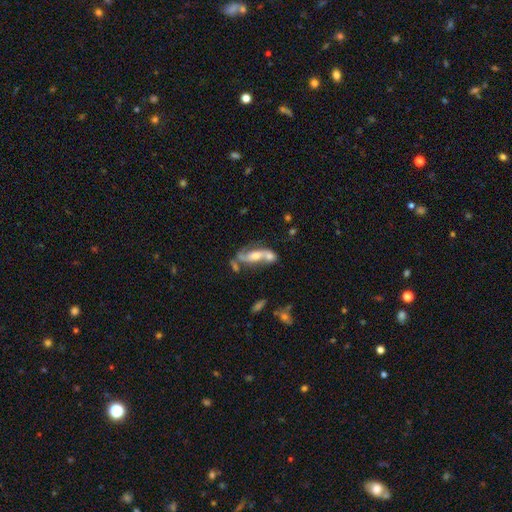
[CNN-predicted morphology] Smooth or featured: featured or disk — 65% (smooth — 27%)
Edge-on disk: no — 83% (yes — 17%)
Bar: no — 59% (weak — 28%)
Spiral arms: yes — 79% (no — 21%)
Bulge size: moderate — 53% (small — 22%)
Merging: merger — 45% (none — 30%)